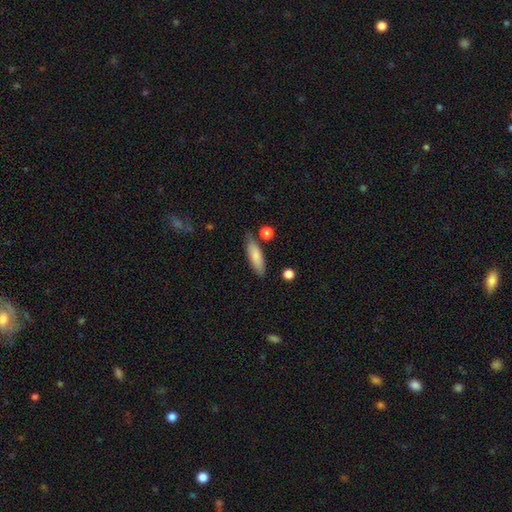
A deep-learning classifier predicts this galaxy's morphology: smooth-or-featured: smooth: 80% | featured or disk: 13% | star or artifact: 6%
  how-rounded: cigar-shaped: 53% | in between: 45% | round: 2%
  merging: none: 76% | minor disturbance: 16% | merger: 5% | major disturbance: 3%